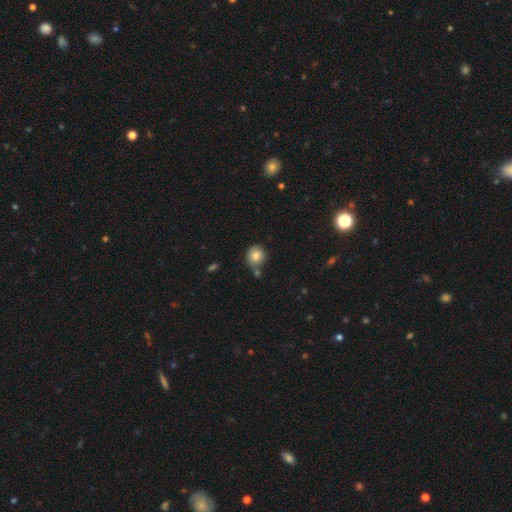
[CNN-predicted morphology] Overall: smooth (80%). How rounded: round (84%). Merging: none (71%).